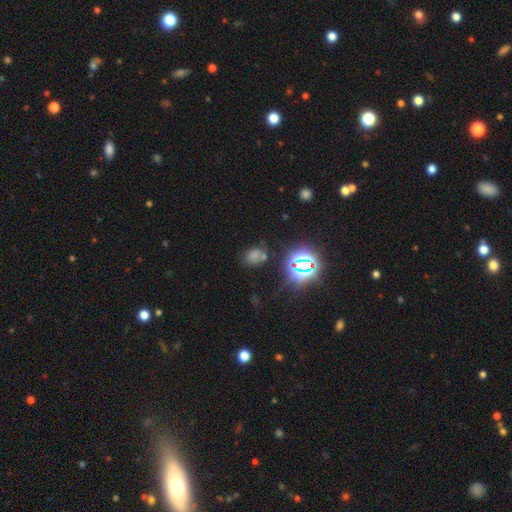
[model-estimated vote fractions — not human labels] This is possibly a smooth galaxy (57%). How rounded: possibly in between (50%). Merging: likely none (60%).